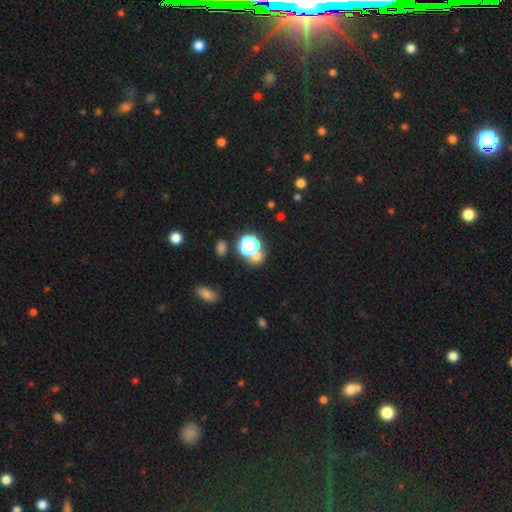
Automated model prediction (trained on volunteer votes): The model was most divided on "merging": none: 55%, merger: 31%, minor disturbance: 10%, major disturbance: 5%. More confident: how rounded — round (76%); smooth or featured — smooth (59%).